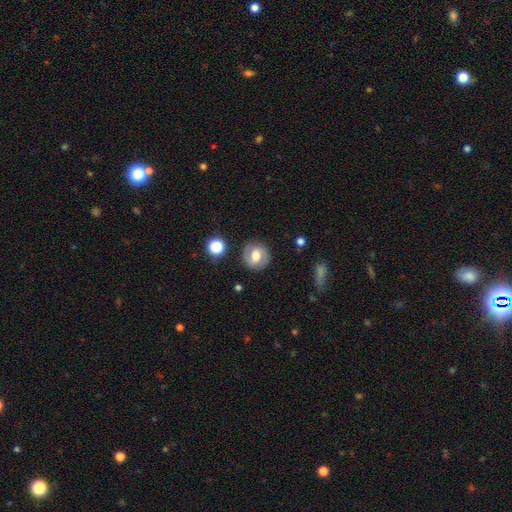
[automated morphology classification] Smooth or featured: smooth — 49% (featured or disk — 42%)
Merging: none — 85% (minor disturbance — 10%)